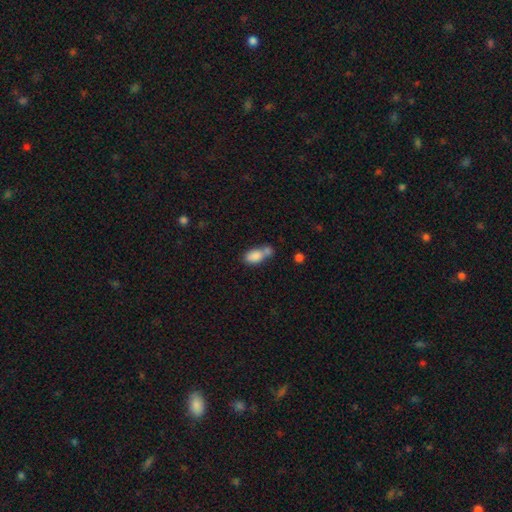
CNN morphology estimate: Smooth or featured? Predicted: smooth (p=0.81). How rounded? Predicted: in between (p=0.87). Merging? Predicted: merger (p=0.49).